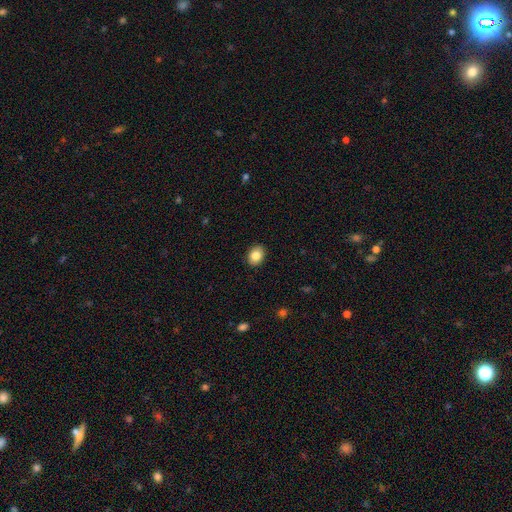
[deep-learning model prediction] Morphology: type=smooth (84%); roundness=in between (65%); merging=none (90%).